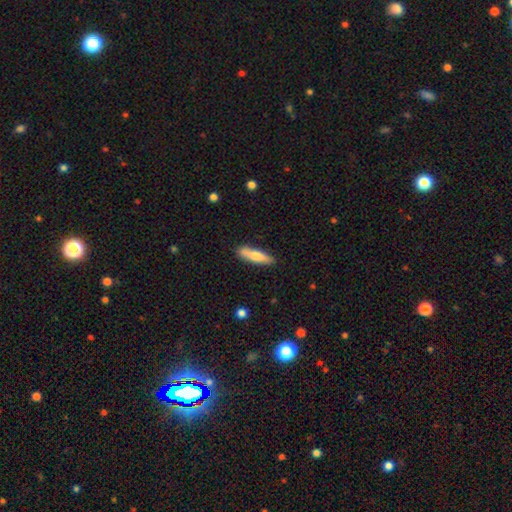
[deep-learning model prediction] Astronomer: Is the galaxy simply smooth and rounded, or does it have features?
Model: smooth — 72%.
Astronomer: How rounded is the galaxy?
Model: cigar-shaped — 72%.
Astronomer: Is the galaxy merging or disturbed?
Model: none — 81%.